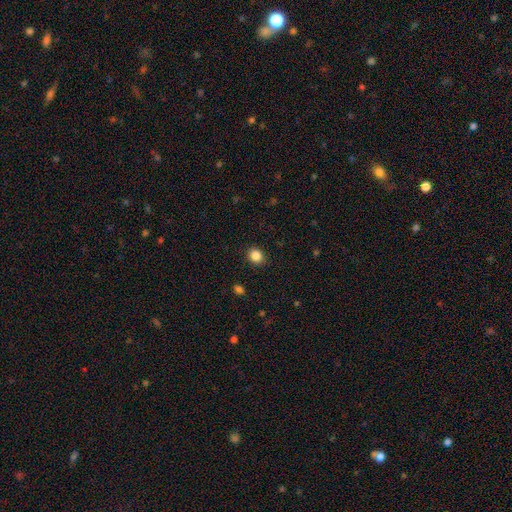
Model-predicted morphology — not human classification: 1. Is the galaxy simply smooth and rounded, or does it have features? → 86% smooth, 10% star or artifact, 4% featured or disk.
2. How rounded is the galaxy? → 69% round, 30% in between, 1% cigar-shaped.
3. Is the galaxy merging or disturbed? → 90% none, 7% minor disturbance, 2% major disturbance, 1% merger.